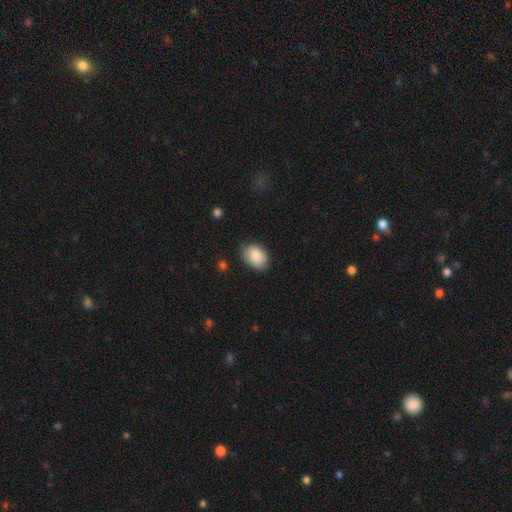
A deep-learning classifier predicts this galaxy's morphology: smooth-or-featured: smooth: 85% | featured or disk: 9% | star or artifact: 7%
  how-rounded: in between: 73% | round: 26% | cigar-shaped: 1%
  merging: none: 72% | minor disturbance: 23% | major disturbance: 4% | merger: 2%